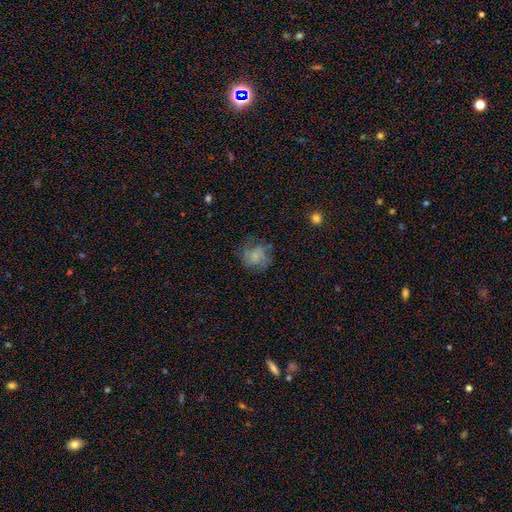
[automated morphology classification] smooth_or_featured: smooth (p=0.48) [alt: featured or disk p=0.39]
merging: none (p=0.61) [alt: minor disturbance p=0.21]